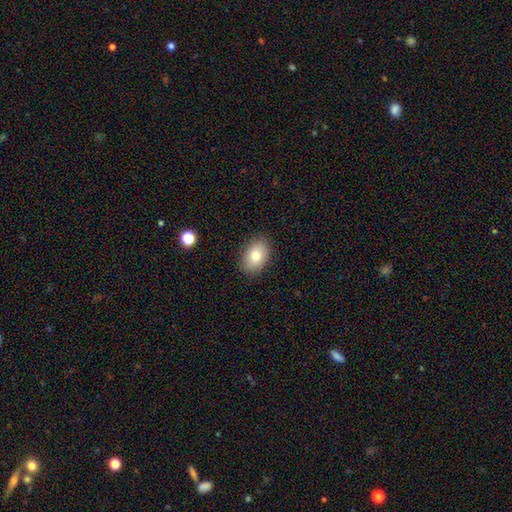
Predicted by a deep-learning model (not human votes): A smooth galaxy with no disk features (80%) that is in between round and cigar-shaped (85%). Merging: none (88%).